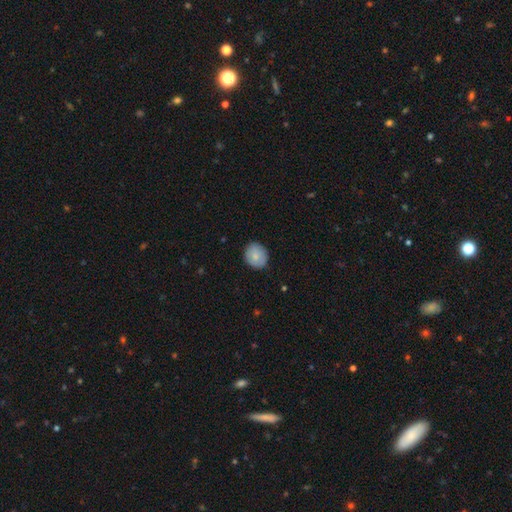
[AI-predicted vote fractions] Morphology: type=smooth (81%); roundness=round (73%); merging=none (84%).